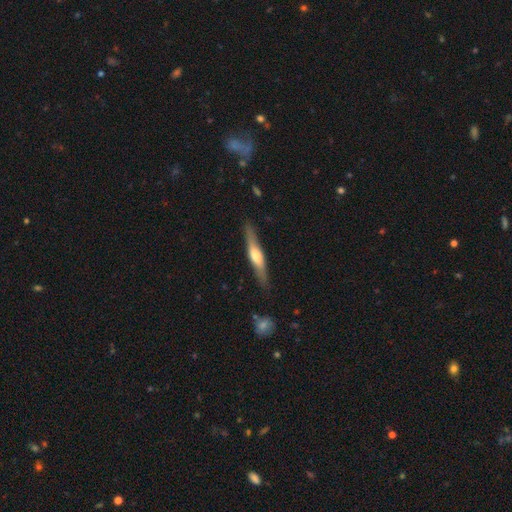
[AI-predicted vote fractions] The model was most divided on "smooth or featured": featured or disk: 59%, smooth: 35%, star or artifact: 5%. More confident: edge-on disk — yes (94%); merging — none (86%); edge-on bulge — rounded (84%).